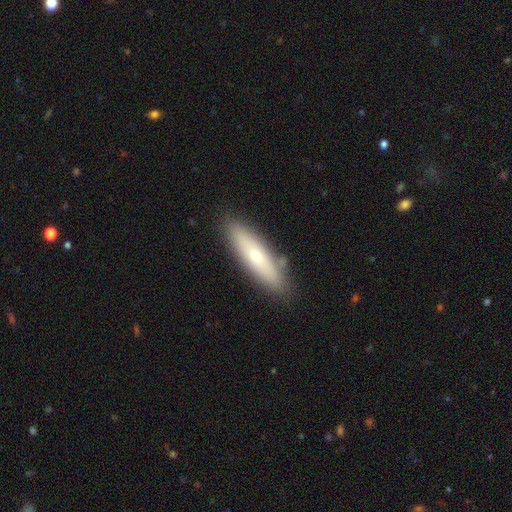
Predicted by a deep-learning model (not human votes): This is likely a smooth galaxy (62%). How rounded: likely cigar-shaped (71%). Merging: clearly none (84%).